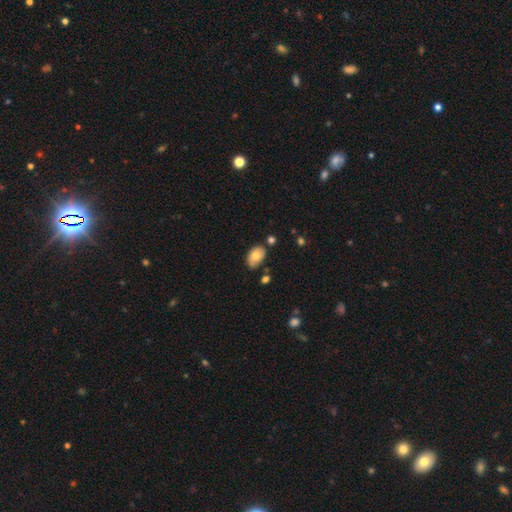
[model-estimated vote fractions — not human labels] A smooth galaxy with no disk features (69%) that is in between round and cigar-shaped (88%).

Vote fractions:
- Smooth or featured? smooth: 69% / featured or disk: 23% / star or artifact: 7%
- How rounded? in between: 88% / round: 11% / cigar-shaped: 1%
- Merging? none: 62% / minor disturbance: 27% / merger: 6% / major disturbance: 5%